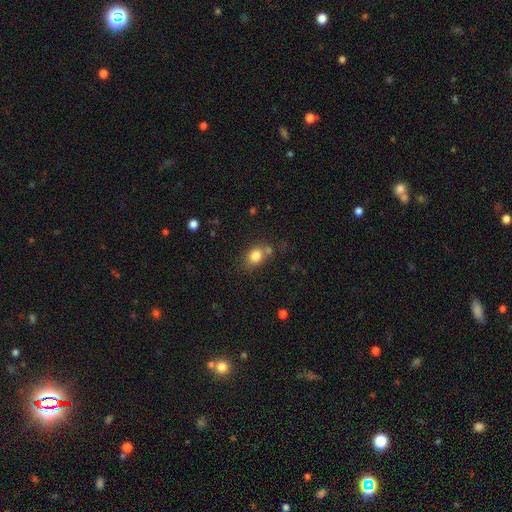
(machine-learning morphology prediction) This is clearly a smooth galaxy (81%). How rounded: possibly in between (53%). Merging: possibly none (58%).